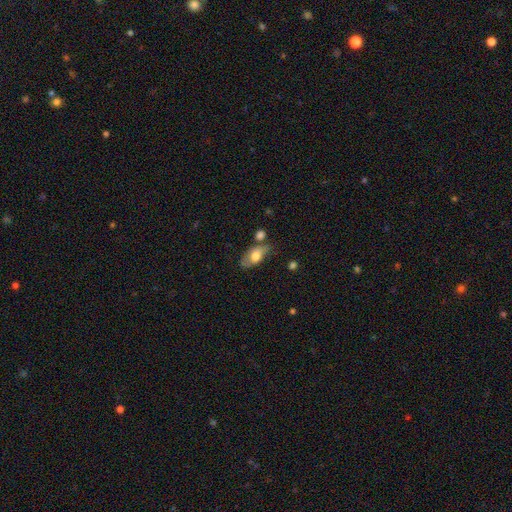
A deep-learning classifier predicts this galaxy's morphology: A smooth galaxy with no disk features (62%) that is in between round and cigar-shaped (87%).

Vote fractions:
- Smooth or featured? smooth: 62% / featured or disk: 31% / star or artifact: 7%
- How rounded? in between: 87% / cigar-shaped: 7% / round: 6%
- Merging? none: 58% / minor disturbance: 23% / merger: 11% / major disturbance: 8%